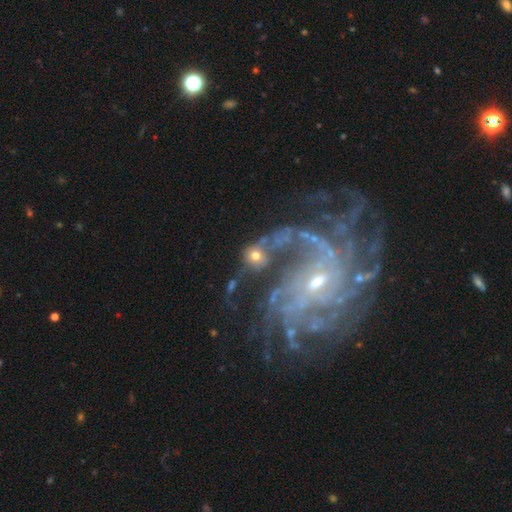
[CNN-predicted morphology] Overall: smooth (51%; featured or disk 34%). How rounded: round (77%). Merging: none (41%; merger 22%).